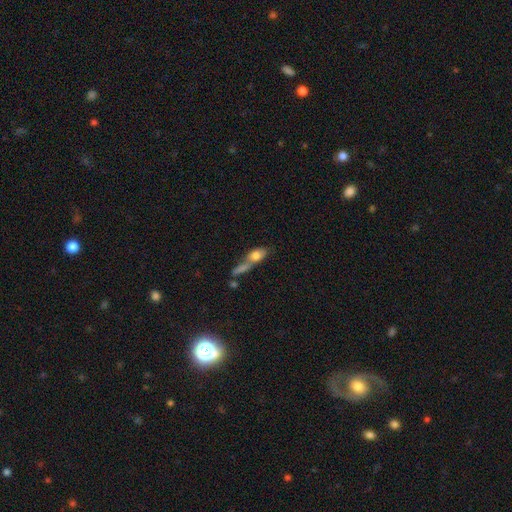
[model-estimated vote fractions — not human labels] smooth 71%, featured or disk 20%, star or artifact 9%. Down the decision tree: how rounded — in between (69%); merging — merger (61%).